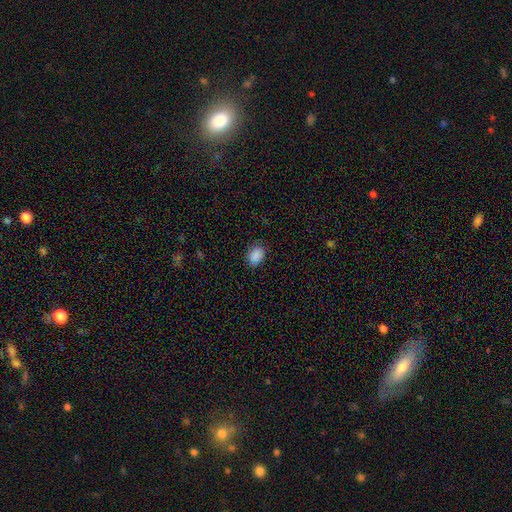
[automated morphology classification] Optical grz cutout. It shows a smooth galaxy with no disk features (87%) that is in between round and cigar-shaped (78%). Merging: none (79%).